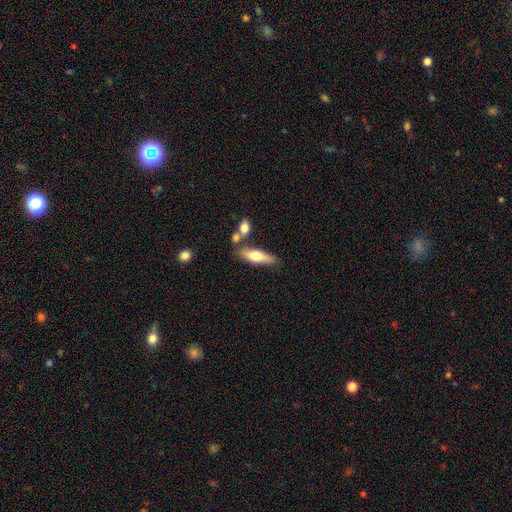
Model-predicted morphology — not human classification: Smooth or featured?
  - smooth: 61% *
  - featured or disk: 33%
  - star or artifact: 6%
How rounded?
  - cigar-shaped: 53% *
  - in between: 44%
  - round: 2%
Merging?
  - none: 65% *
  - merger: 17%
  - minor disturbance: 14%
  - major disturbance: 4%